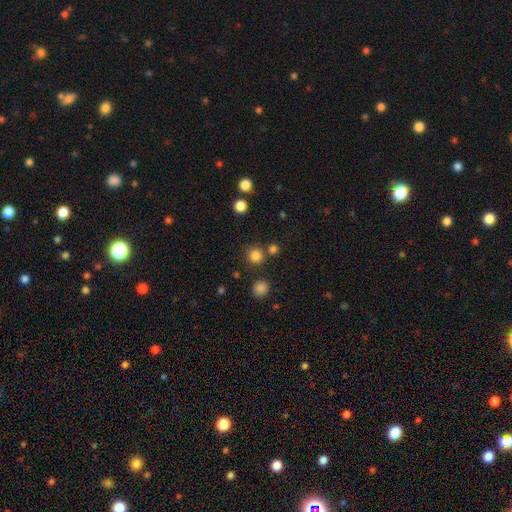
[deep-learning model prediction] Overall: smooth (81%). How rounded: round (93%). Merging: none (79%).